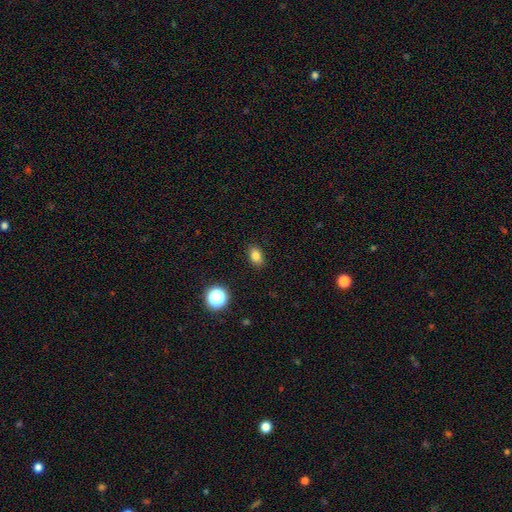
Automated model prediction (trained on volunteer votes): Morphology: type=smooth (82%); roundness=in between (77%); merging=none (87%).